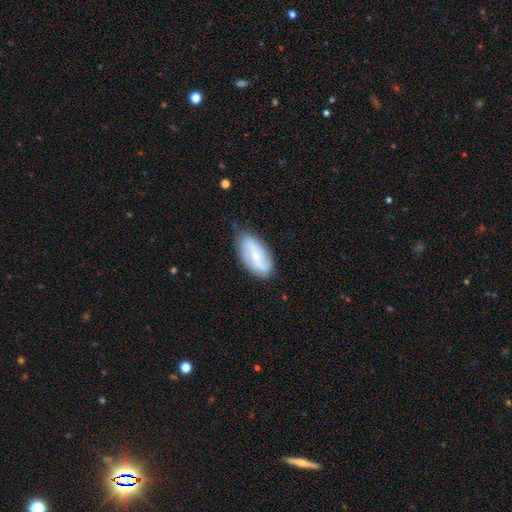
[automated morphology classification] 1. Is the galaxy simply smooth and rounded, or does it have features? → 58% featured or disk, 35% smooth, 7% star or artifact.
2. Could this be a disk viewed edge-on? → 94% no, 6% yes.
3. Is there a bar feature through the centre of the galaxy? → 44% weak, 34% no, 22% strong.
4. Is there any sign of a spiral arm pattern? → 87% yes, 13% no.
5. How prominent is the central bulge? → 64% small, 23% moderate, 10% none, 2% large, 1% dominant.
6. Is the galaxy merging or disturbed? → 73% none, 21% minor disturbance, 4% major disturbance, 2% merger.